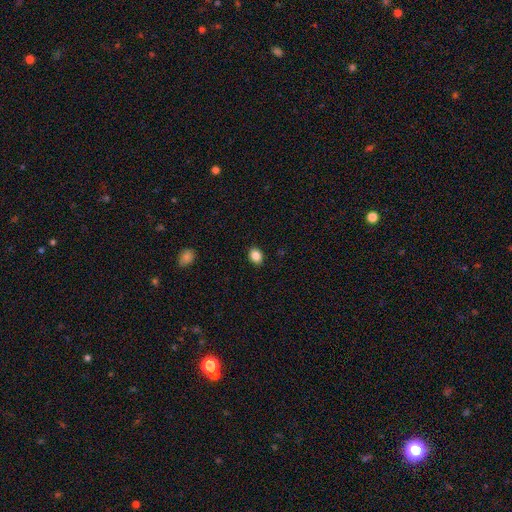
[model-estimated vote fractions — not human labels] This is clearly a smooth galaxy (87%). How rounded: possibly in between (60%). Merging: clearly none (89%).